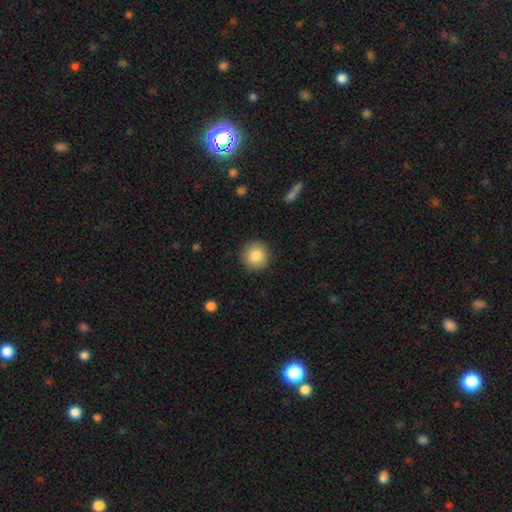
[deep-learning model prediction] Q: Smooth or featured?
A: smooth (86%); runner-up: star or artifact (8%)
Q: How rounded?
A: round (93%); runner-up: in between (6%)
Q: Merging?
A: none (91%); runner-up: minor disturbance (6%)